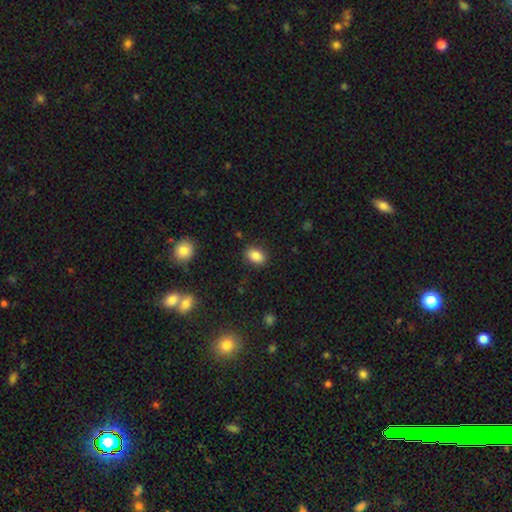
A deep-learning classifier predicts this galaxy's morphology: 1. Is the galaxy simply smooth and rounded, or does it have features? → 84% smooth, 9% star or artifact, 7% featured or disk.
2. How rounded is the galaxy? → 81% in between, 17% round, 1% cigar-shaped.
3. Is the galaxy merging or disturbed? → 87% none, 10% minor disturbance, 2% major disturbance, 1% merger.